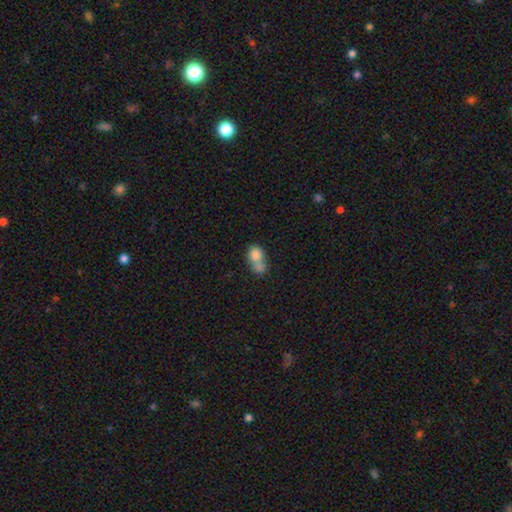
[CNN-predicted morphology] This appears to be a smooth galaxy with no disk features (77%) that is in between round and cigar-shaped (50%). Merging: merger (64%).